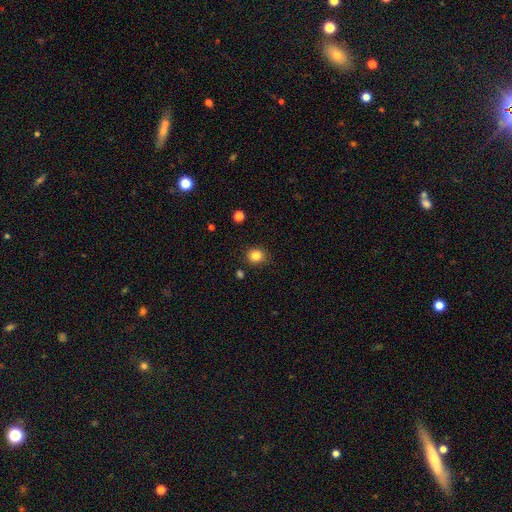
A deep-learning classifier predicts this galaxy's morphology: type=smooth (84%); roundness=round (80%); merging=none (83%).